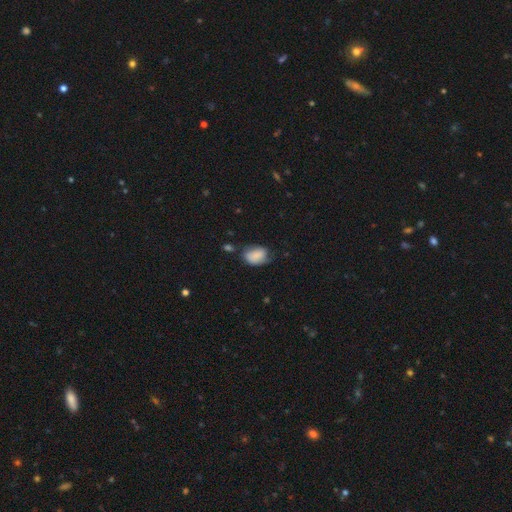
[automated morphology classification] This appears to be a smooth galaxy with no disk features (80%) that is in between round and cigar-shaped (82%). Merging: none (44%).